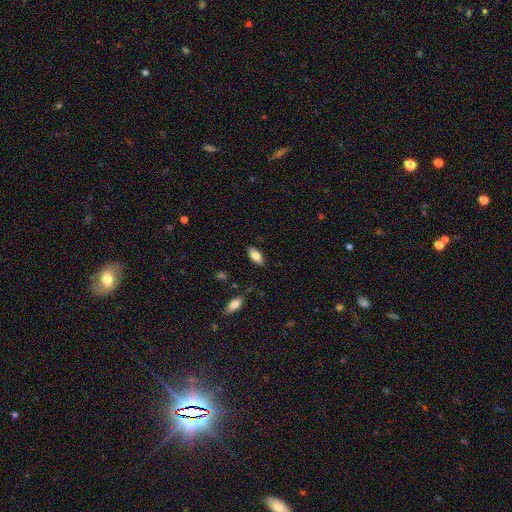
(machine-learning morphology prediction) Smooth or featured? smooth (79%)
How rounded? in between (89%)
Merging? none (86%)